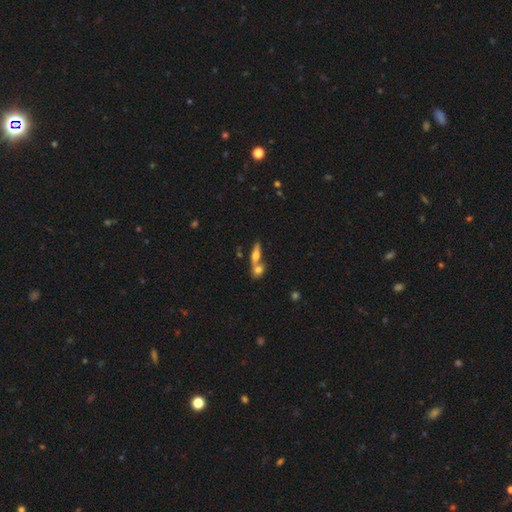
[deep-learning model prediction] Q: Smooth or featured?
A: smooth (53%); runner-up: featured or disk (38%)
Q: How rounded?
A: cigar-shaped (48%); runner-up: in between (44%)
Q: Merging?
A: merger (48%); runner-up: none (41%)